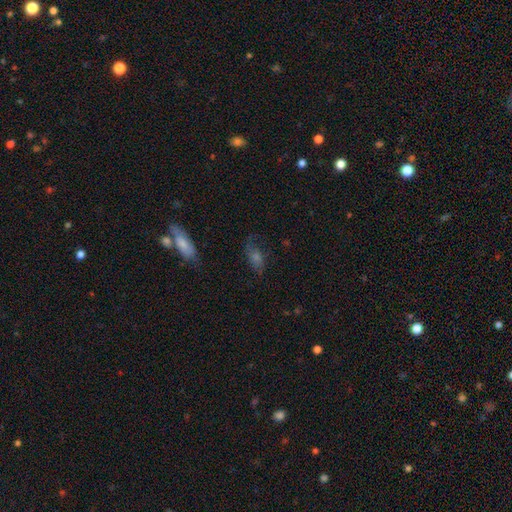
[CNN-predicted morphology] type=featured or disk (41%); merging=none (64%).